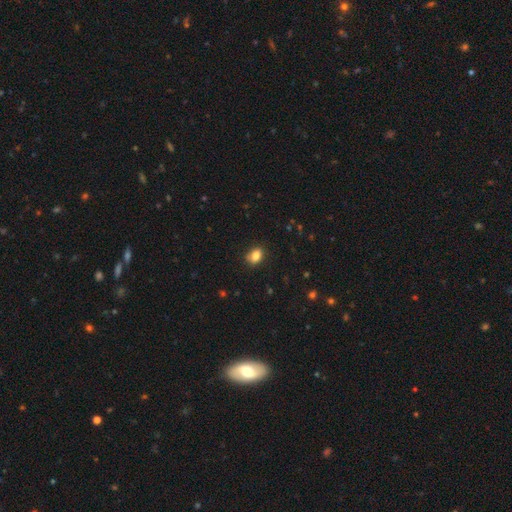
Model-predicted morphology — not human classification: smooth-or-featured: smooth: 84% | star or artifact: 10% | featured or disk: 6%
  how-rounded: in between: 76% | round: 23% | cigar-shaped: 2%
  merging: none: 80% | minor disturbance: 14% | major disturbance: 3% | merger: 3%